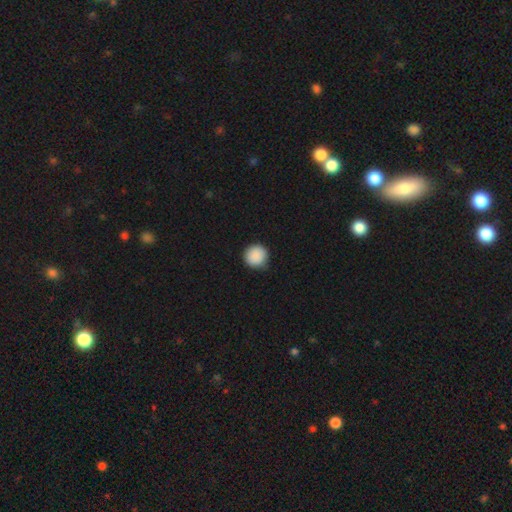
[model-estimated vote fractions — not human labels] Q: Smooth or featured?
A: smooth (90%); runner-up: star or artifact (8%)
Q: How rounded?
A: round (95%); runner-up: in between (4%)
Q: Merging?
A: none (88%); runner-up: minor disturbance (9%)